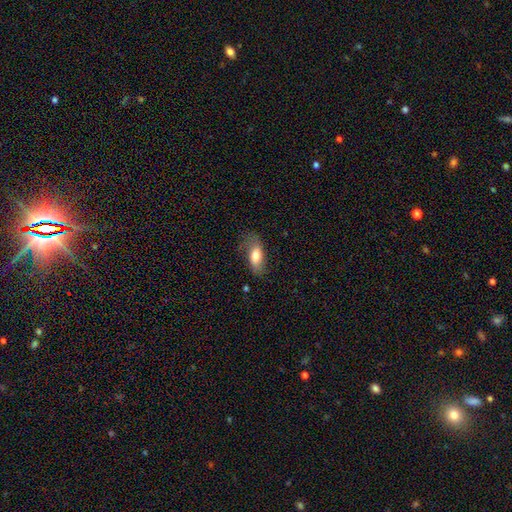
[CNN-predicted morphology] This appears to be a smooth galaxy with no disk features (68%) that is in between round and cigar-shaped (83%). Merging: none (62%).